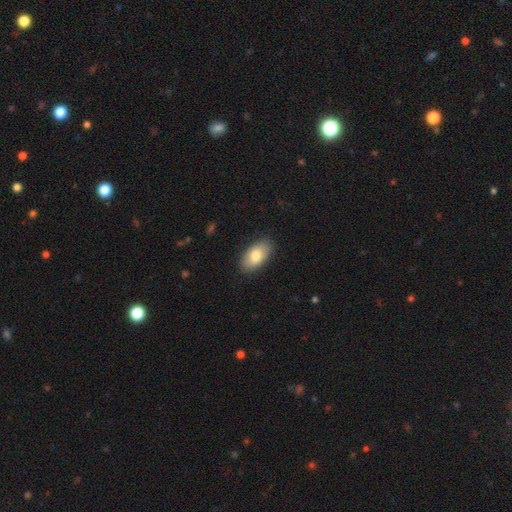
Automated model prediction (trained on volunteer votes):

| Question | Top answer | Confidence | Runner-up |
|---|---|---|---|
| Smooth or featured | smooth | 78% | featured or disk (16%) |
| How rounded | in between | 94% | round (3%) |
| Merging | none | 87% | minor disturbance (10%) |